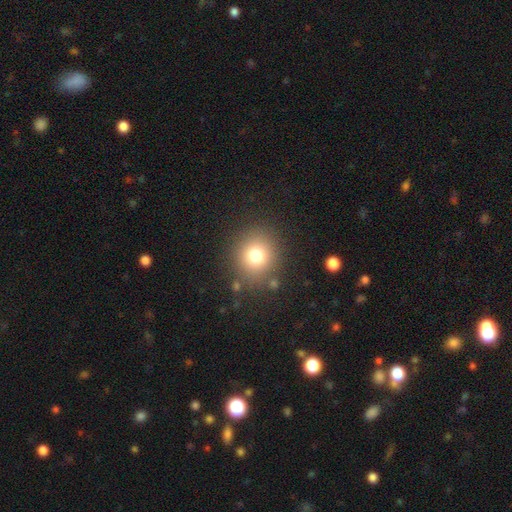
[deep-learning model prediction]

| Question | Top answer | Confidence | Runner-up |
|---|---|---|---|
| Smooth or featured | smooth | 77% | star or artifact (14%) |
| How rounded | round | 84% | in between (15%) |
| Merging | none | 84% | minor disturbance (9%) |